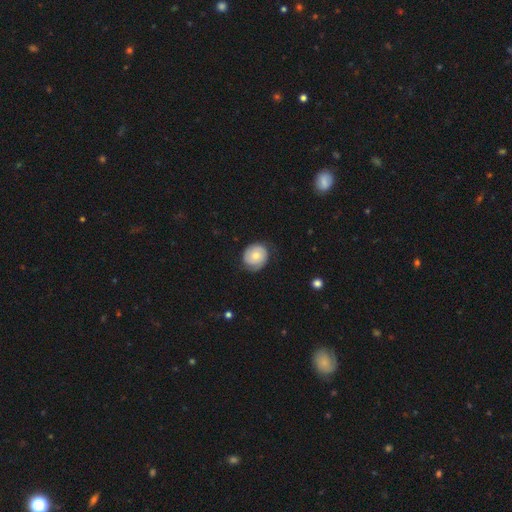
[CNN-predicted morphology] featured or disk 47%, smooth 46%, star or artifact 7%. Down the decision tree: merging — none (71%).